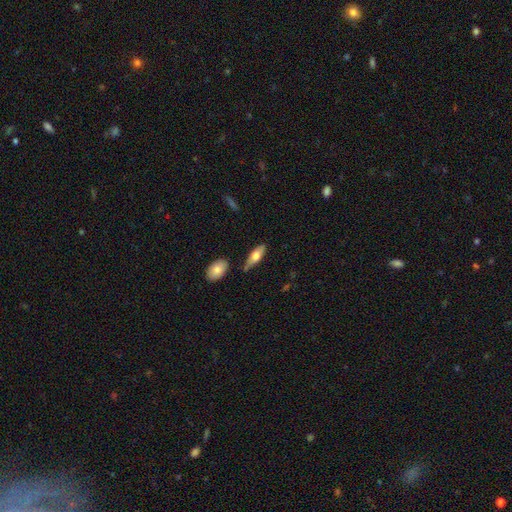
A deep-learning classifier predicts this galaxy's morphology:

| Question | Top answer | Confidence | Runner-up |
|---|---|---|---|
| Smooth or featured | smooth | 63% | featured or disk (32%) |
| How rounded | in between | 67% | cigar-shaped (31%) |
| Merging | none | 72% | minor disturbance (17%) |